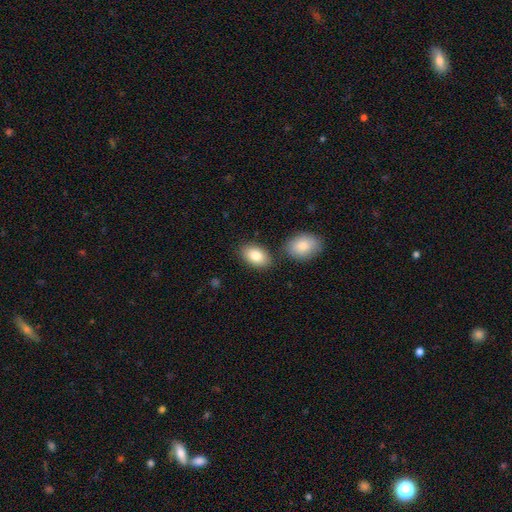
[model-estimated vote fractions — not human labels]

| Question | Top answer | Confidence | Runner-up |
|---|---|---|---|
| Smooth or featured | smooth | 83% | featured or disk (10%) |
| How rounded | in between | 91% | round (8%) |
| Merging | none | 75% | merger (12%) |